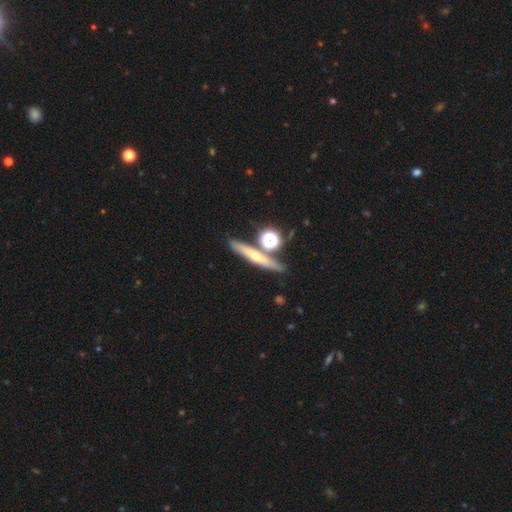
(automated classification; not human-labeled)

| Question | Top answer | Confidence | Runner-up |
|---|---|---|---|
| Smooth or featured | featured or disk | 48% | smooth (38%) |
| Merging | none | 76% | merger (11%) |